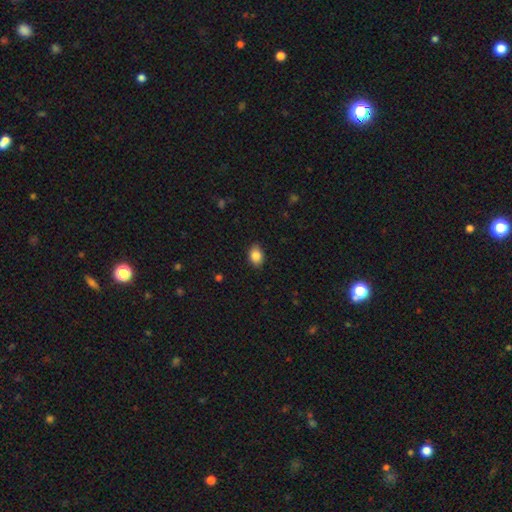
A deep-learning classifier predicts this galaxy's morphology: A smooth galaxy with no disk features (86%) that is in between round and cigar-shaped (75%). Merging: none (85%).